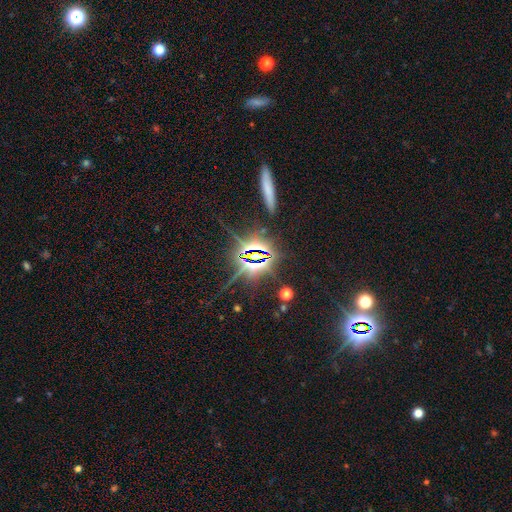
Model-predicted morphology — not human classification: Smooth or featured? star or artifact (78%)